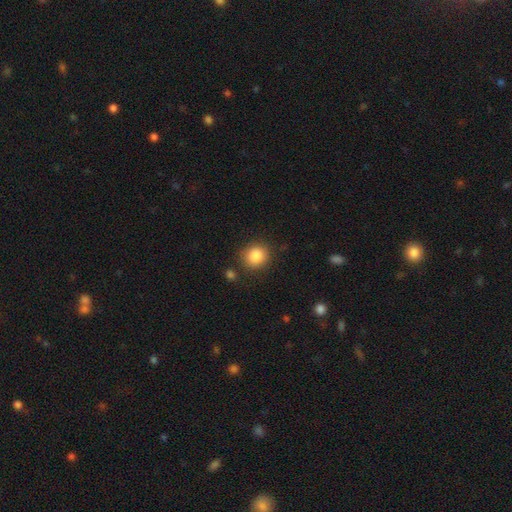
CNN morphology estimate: Smooth or featured?
  - smooth: 86% *
  - star or artifact: 9%
  - featured or disk: 5%
How rounded?
  - round: 84% *
  - in between: 15%
  - cigar-shaped: 1%
Merging?
  - none: 84% *
  - minor disturbance: 10%
  - merger: 3%
  - major disturbance: 3%